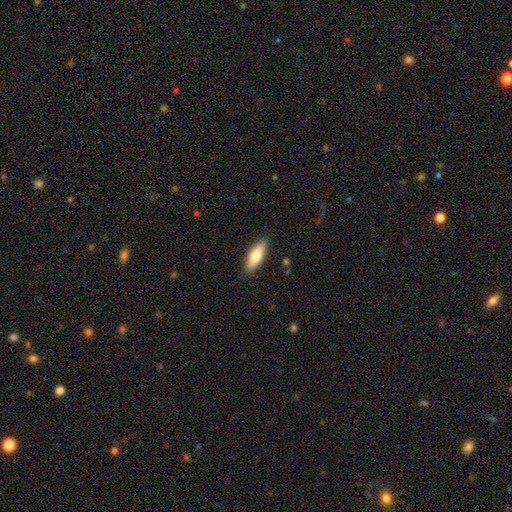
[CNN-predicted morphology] A smooth galaxy with no disk features (70%) that is in between round and cigar-shaped (57%).

Vote fractions:
- Smooth or featured? smooth: 70% / featured or disk: 25% / star or artifact: 6%
- How rounded? in between: 57% / cigar-shaped: 41% / round: 2%
- Merging? none: 86% / minor disturbance: 10% / major disturbance: 2% / merger: 1%